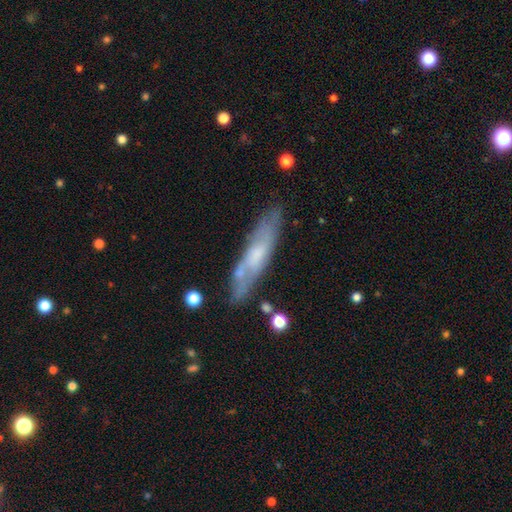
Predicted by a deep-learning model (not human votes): A featured or disk galaxy (52%) with not edge-on (50%, tied with yes). Merging: none (71%).